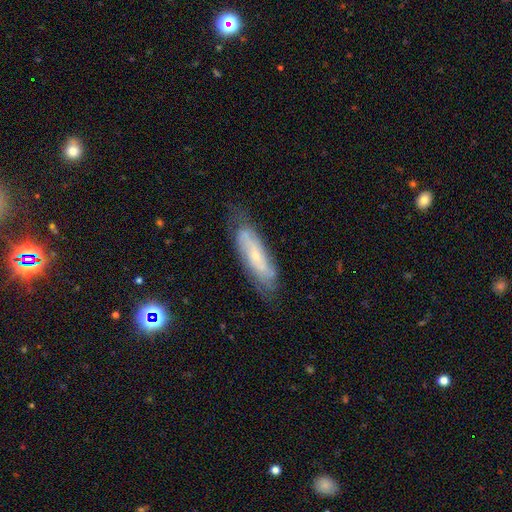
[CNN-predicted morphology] Overall: featured or disk (65%; smooth 27%). Edge-on disk: no (76%). Merging: none (66%).